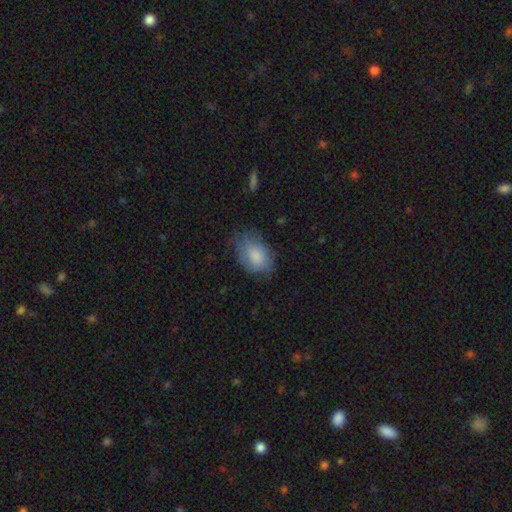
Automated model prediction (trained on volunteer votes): smooth_or_featured: smooth (p=0.83) [alt: featured or disk p=0.10]
how_rounded: in between (p=0.83) [alt: round p=0.16]
merging: none (p=0.62) [alt: minor disturbance p=0.27]